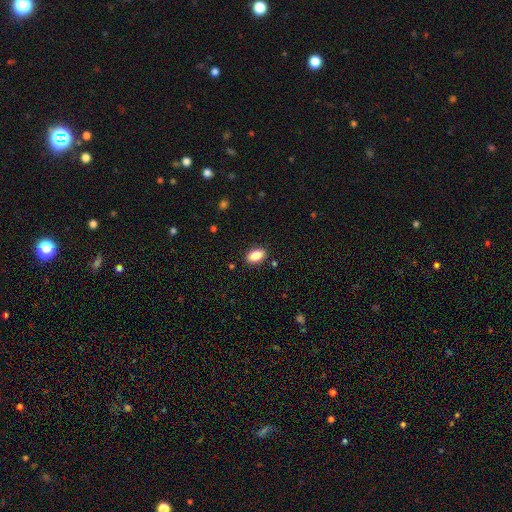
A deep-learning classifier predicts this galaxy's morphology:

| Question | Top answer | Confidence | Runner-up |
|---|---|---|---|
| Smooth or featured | smooth | 86% | star or artifact (8%) |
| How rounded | in between | 91% | round (7%) |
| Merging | none | 88% | minor disturbance (9%) |